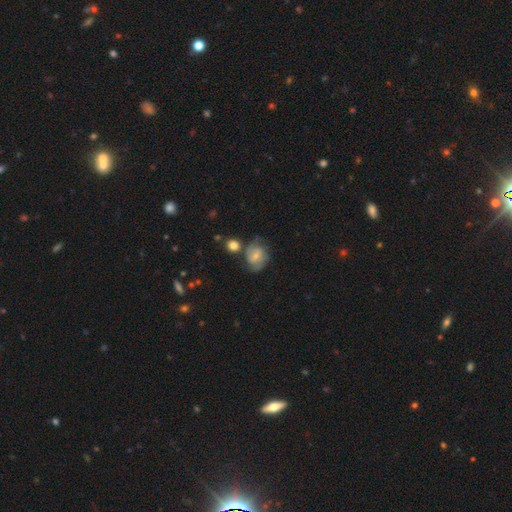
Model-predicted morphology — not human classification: A featured or disk galaxy (61%) with a weak bar (47%), 2 (70%) medium (45%) spiral arms (86%) and a small central bulge (56%).

Vote fractions:
- Smooth or featured? featured or disk: 61% / smooth: 32% / star or artifact: 8%
- Edge-on disk? no: 97% / yes: 3%
- Bar? weak: 47% / no: 39% / strong: 14%
- Spiral arms? yes: 86% / no: 14%
- Spiral winding? medium: 45% / tight: 36% / loose: 19%
- Spiral arm count? 2: 70% / can't tell: 17% / 3: 6% / 1: 3% / 4: 2% / more than 4: 2%
- Bulge size? small: 56% / moderate: 35% / none: 5% / large: 2% / dominant: 1%
- Merging? none: 57% / minor disturbance: 22% / merger: 12% / major disturbance: 10%